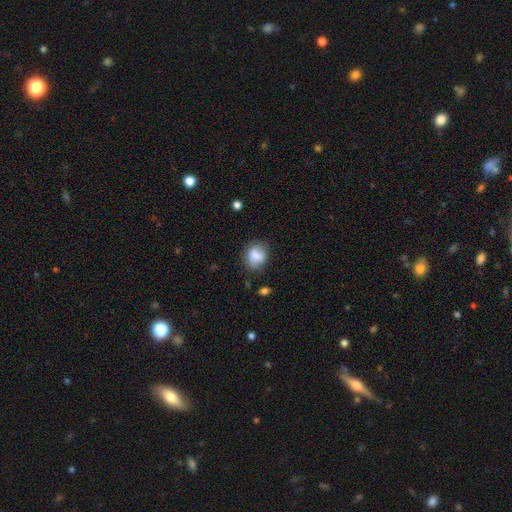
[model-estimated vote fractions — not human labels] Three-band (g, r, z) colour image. It shows a smooth galaxy with no disk features (78%) that is round (54%). Merging: none (64%).